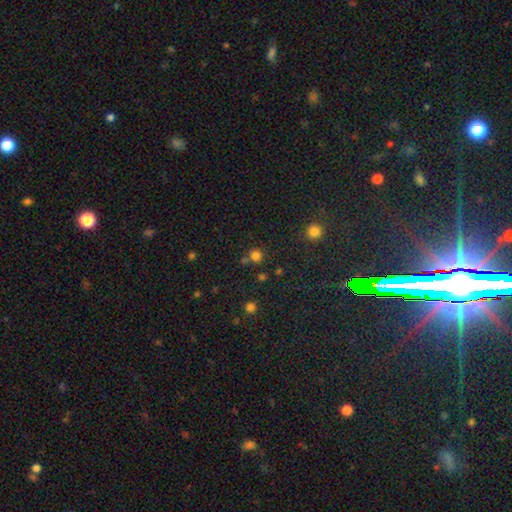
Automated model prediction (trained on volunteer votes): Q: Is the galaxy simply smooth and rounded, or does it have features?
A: smooth — 75%.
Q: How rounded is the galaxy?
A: round — 92%.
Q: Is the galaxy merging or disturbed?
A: none — 73%.